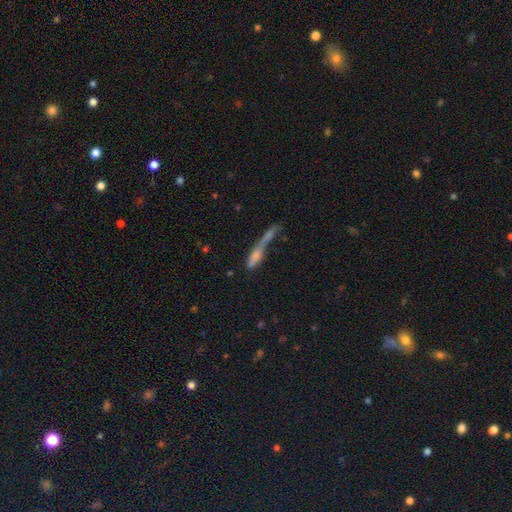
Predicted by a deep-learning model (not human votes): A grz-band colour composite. It shows a smooth galaxy with no disk features (59%) that is cigar-shaped (74%). Merging: merger (55%).